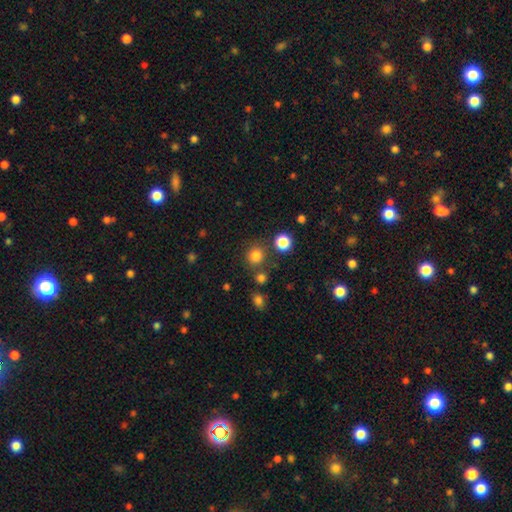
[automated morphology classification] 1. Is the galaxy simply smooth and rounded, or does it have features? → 80% smooth, 15% star or artifact, 5% featured or disk.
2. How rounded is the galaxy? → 89% round, 11% in between, 1% cigar-shaped.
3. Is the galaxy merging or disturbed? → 78% none, 9% merger, 9% minor disturbance, 4% major disturbance.